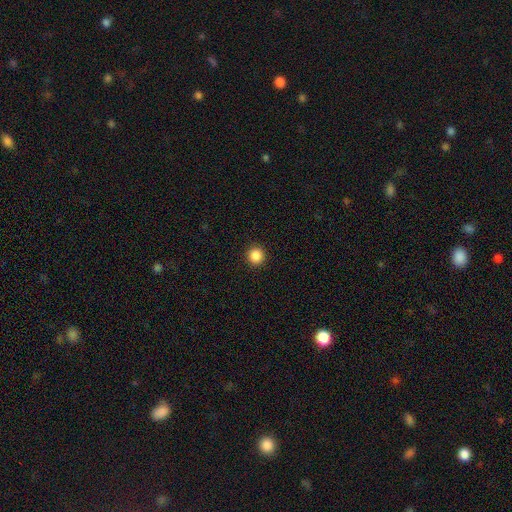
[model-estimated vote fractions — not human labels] The model was most divided on "smooth or featured": smooth: 87%, star or artifact: 10%, featured or disk: 3%. More confident: how rounded — round (95%); merging — none (93%).